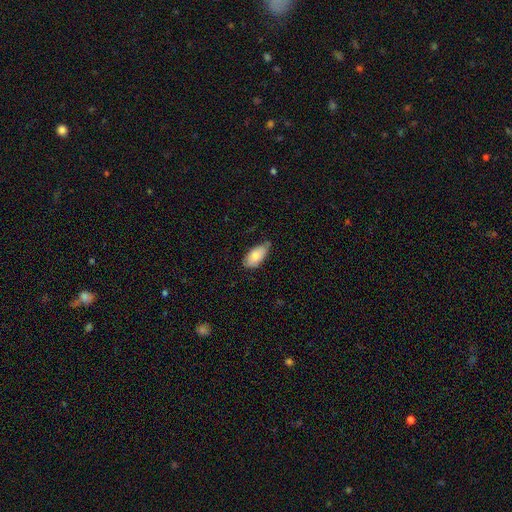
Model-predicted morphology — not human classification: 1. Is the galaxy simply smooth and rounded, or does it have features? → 81% smooth, 12% featured or disk, 6% star or artifact.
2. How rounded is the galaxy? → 94% in between, 3% cigar-shaped, 3% round.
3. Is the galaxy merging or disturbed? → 60% none, 34% minor disturbance, 4% major disturbance, 2% merger.